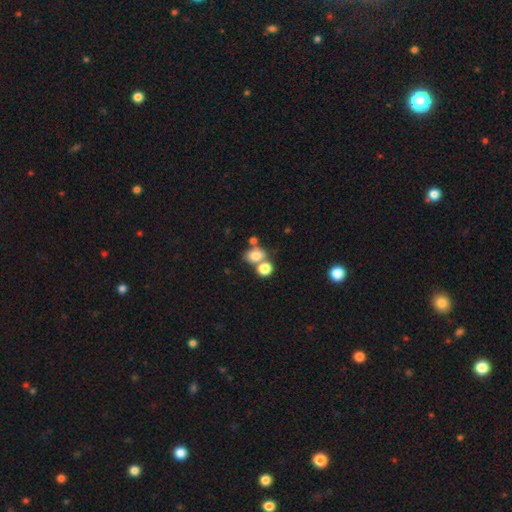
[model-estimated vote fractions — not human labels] A smooth galaxy with no disk features (78%) that is in between round and cigar-shaped (56%). Merging: merger (43%, tied with none).